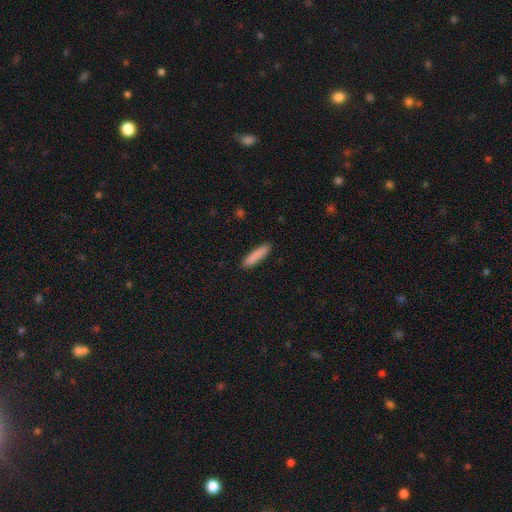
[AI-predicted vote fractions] smooth 88%, featured or disk 6%, star or artifact 6%. Down the decision tree: how rounded — cigar-shaped (82%); merging — none (91%).